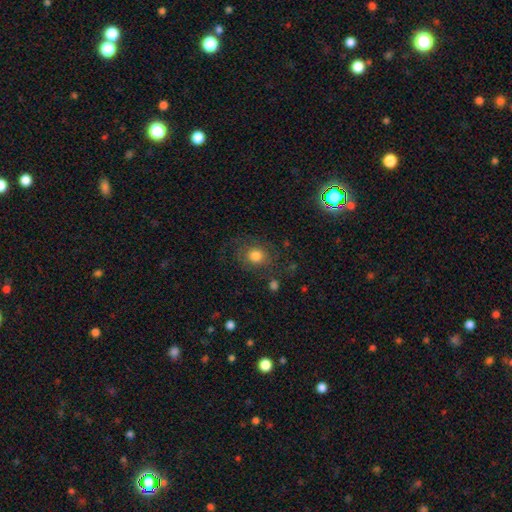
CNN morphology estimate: smooth 76%, featured or disk 13%, star or artifact 11%. Down the decision tree: how rounded — round (71%); merging — none (72%).